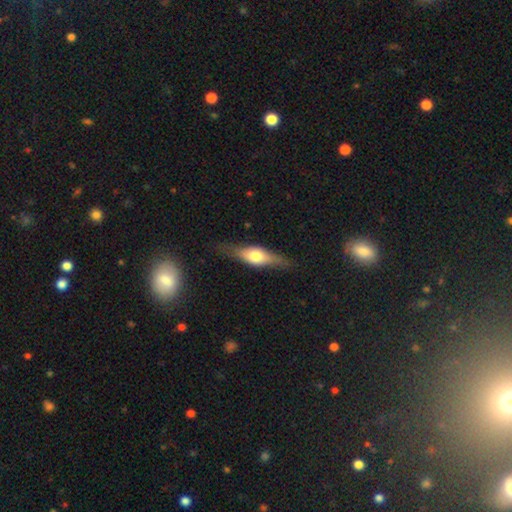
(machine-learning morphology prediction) This appears to be a featured or disk galaxy (49%). Merging: none (77%).